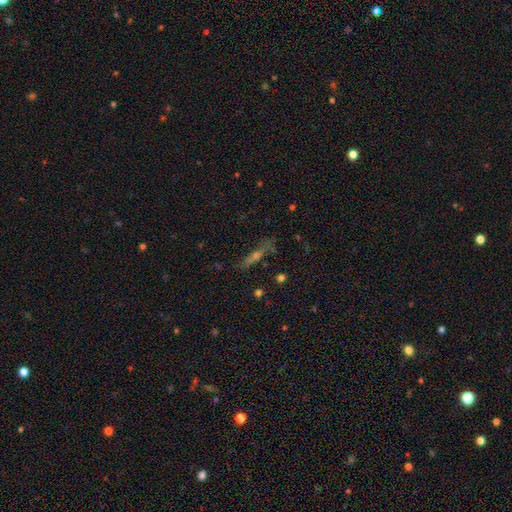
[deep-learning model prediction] smooth-or-featured: featured or disk: 46% | smooth: 31% | star or artifact: 23%
  merging: none: 73% | minor disturbance: 16% | major disturbance: 7% | merger: 4%